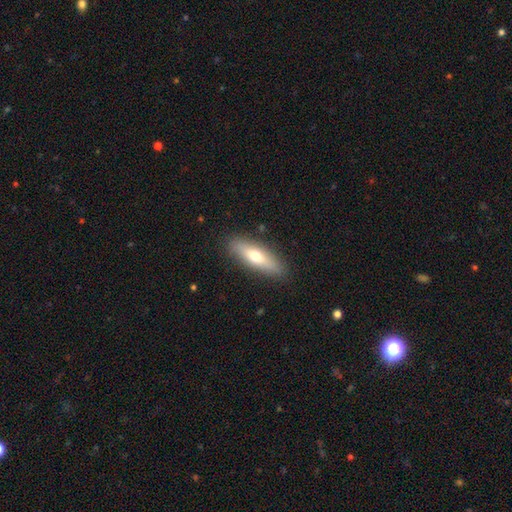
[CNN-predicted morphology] smooth 64%, featured or disk 30%, star or artifact 6%. Down the decision tree: how rounded — cigar-shaped (52%); merging — none (87%).